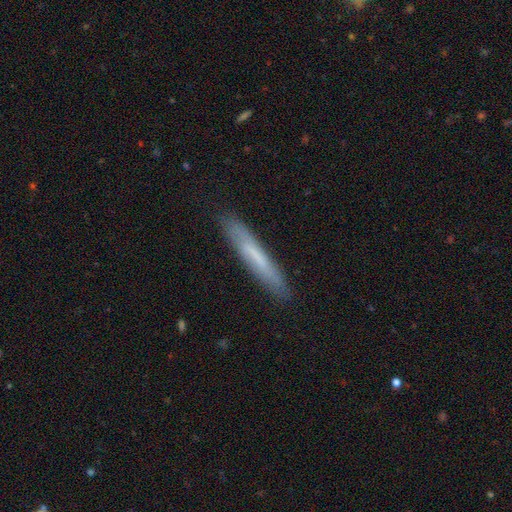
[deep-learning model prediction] Smooth or featured? smooth (57%)
How rounded? cigar-shaped (93%)
Merging? none (86%)